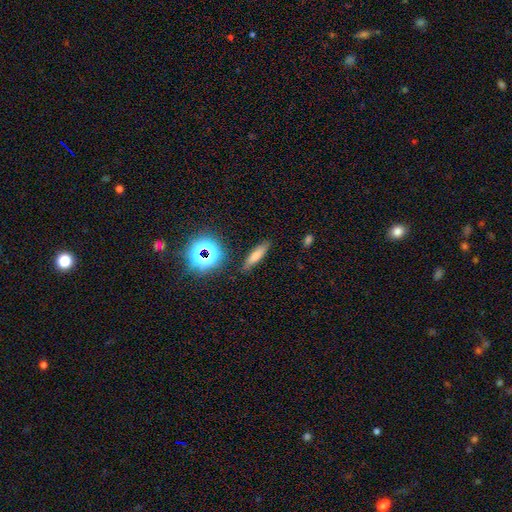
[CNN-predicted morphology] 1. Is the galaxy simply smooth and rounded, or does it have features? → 68% smooth, 16% featured or disk, 16% star or artifact.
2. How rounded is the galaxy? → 69% cigar-shaped, 26% in between, 5% round.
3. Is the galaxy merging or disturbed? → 84% none, 10% minor disturbance, 3% major disturbance, 3% merger.